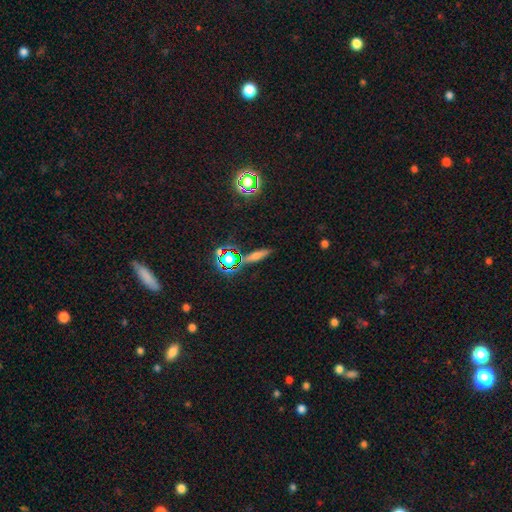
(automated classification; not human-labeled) Smooth or featured? smooth (57%)
How rounded? cigar-shaped (74%)
Merging? none (82%)